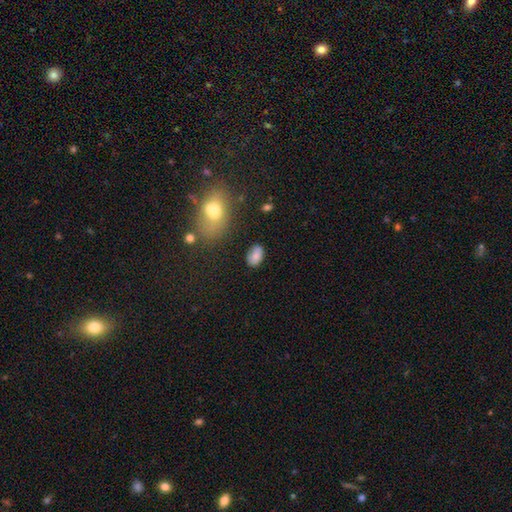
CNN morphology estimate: Smooth or featured? smooth (81%)
How rounded? in between (89%)
Merging? none (78%)